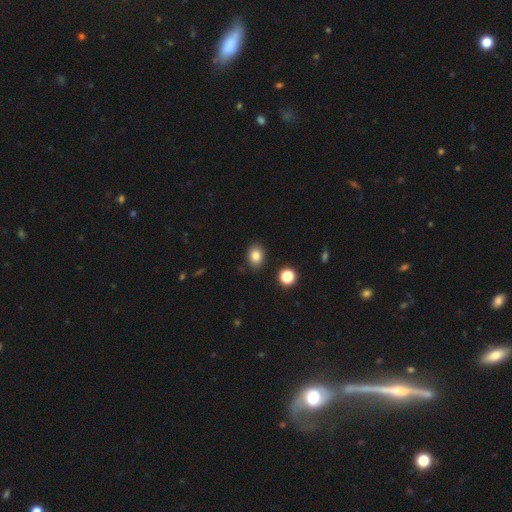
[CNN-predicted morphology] Smooth or featured? Predicted: smooth (p=0.83). How rounded? Predicted: in between (p=0.56). Merging? Predicted: none (p=0.86).